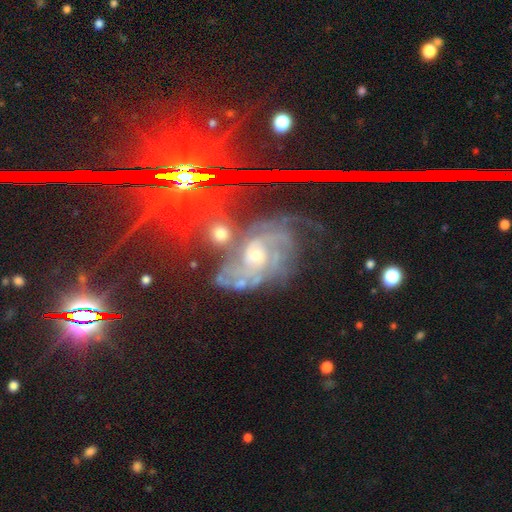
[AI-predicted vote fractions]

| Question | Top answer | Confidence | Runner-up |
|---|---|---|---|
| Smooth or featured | featured or disk | 77% | star or artifact (15%) |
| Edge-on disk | no | 96% | yes (4%) |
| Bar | no | 68% | weak (24%) |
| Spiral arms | yes | 93% | no (7%) |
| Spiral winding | tight | 46% | medium (40%) |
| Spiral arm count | can't tell | 32% | 3 (21%) |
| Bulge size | moderate | 49% | small (45%) |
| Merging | none | 38% | merger (23%) |